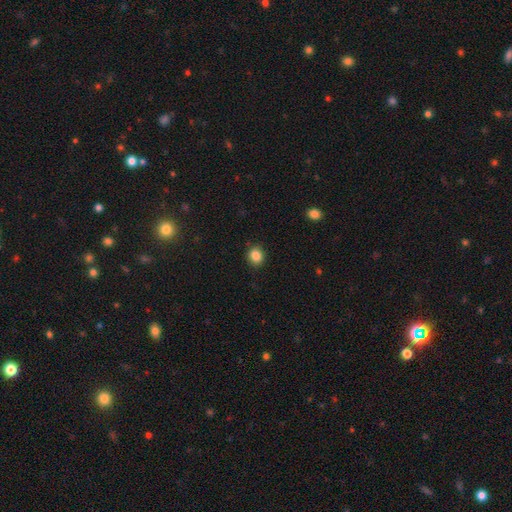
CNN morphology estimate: type=smooth (86%); roundness=round (79%); merging=none (89%).